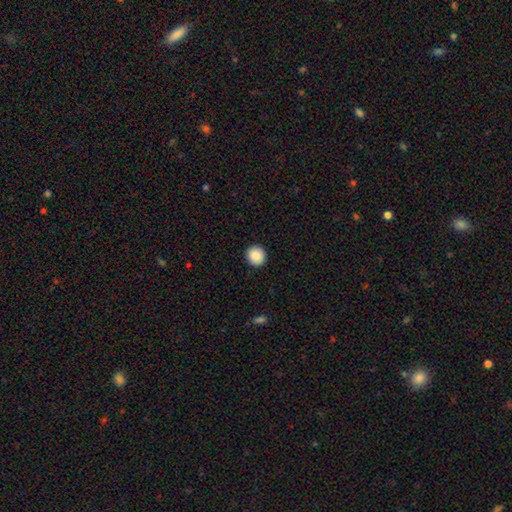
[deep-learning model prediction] smooth-or-featured: smooth: 89% | star or artifact: 8% | featured or disk: 3%
  how-rounded: round: 93% | in between: 6% | cigar-shaped: 1%
  merging: none: 92% | minor disturbance: 5% | major disturbance: 2% | merger: 1%